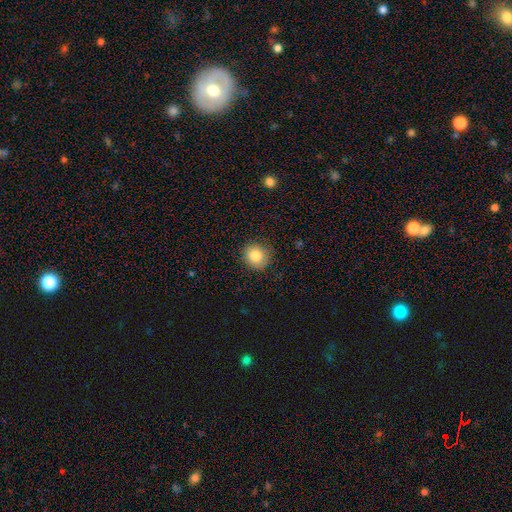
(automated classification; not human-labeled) Smooth or featured? smooth (84%)
How rounded? round (89%)
Merging? none (87%)